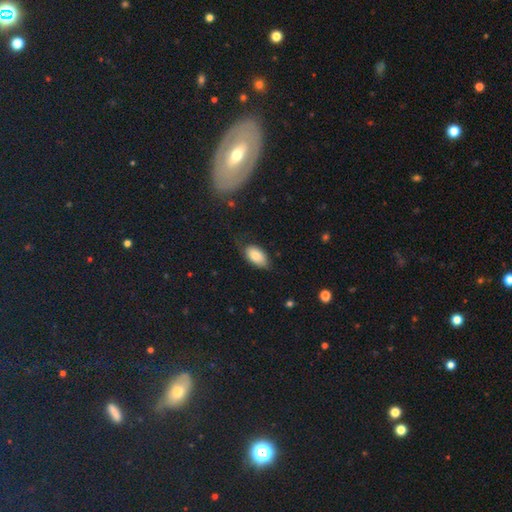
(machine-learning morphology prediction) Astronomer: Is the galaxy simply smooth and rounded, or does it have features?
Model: smooth — 78%.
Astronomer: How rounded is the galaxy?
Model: in between — 93%.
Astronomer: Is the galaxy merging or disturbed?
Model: none — 66%.